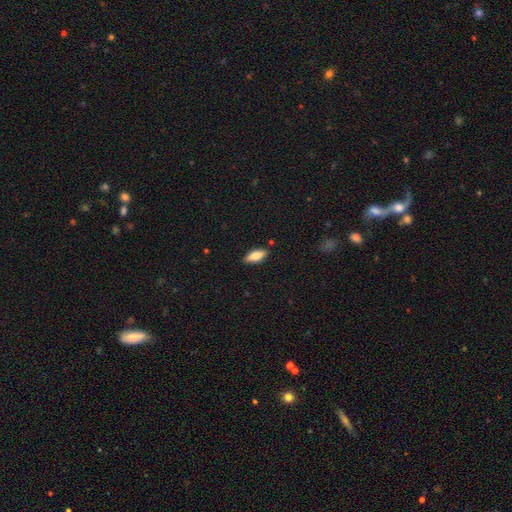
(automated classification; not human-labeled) Smooth or featured?
  - smooth: 72% *
  - featured or disk: 22%
  - star or artifact: 7%
How rounded?
  - in between: 77% *
  - cigar-shaped: 20%
  - round: 2%
Merging?
  - none: 87% *
  - minor disturbance: 10%
  - major disturbance: 2%
  - merger: 1%